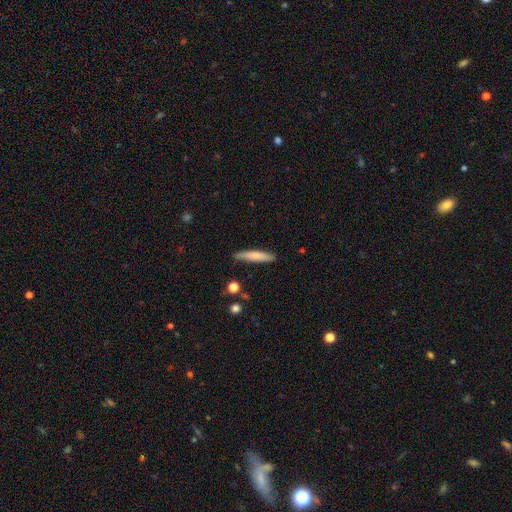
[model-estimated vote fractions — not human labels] A smooth galaxy with no disk features (73%) that is cigar-shaped (88%). Merging: none (82%).